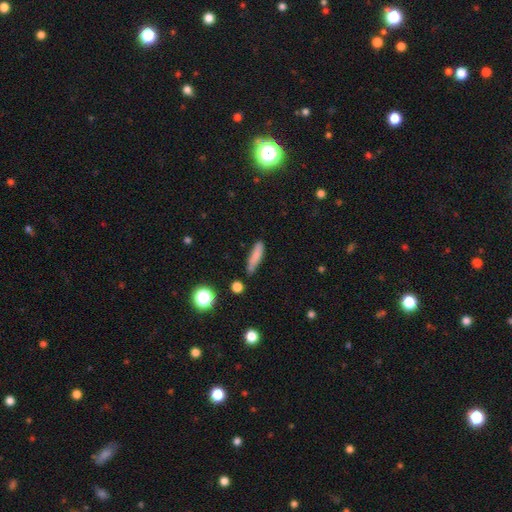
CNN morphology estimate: smooth_or_featured: smooth (p=0.80) [alt: featured or disk p=0.11]
how_rounded: cigar-shaped (p=0.77) [alt: in between p=0.21]
merging: none (p=0.72) [alt: minor disturbance p=0.19]